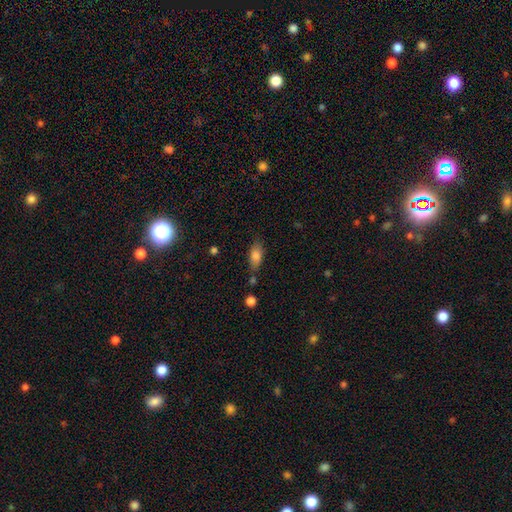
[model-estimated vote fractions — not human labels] This appears to be a smooth galaxy with no disk features (81%) that is in between round and cigar-shaped (83%). Merging: none (68%).